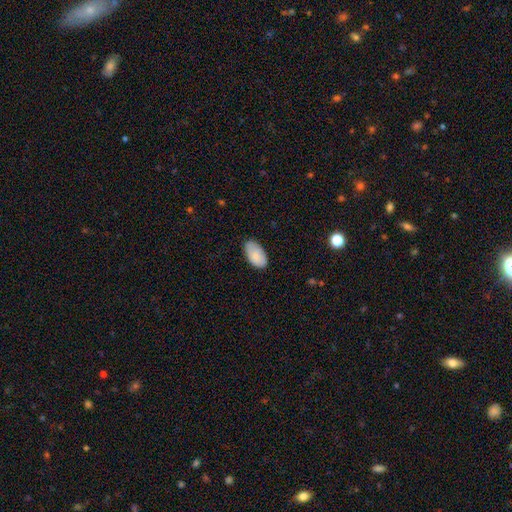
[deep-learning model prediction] Smooth or featured: smooth — 82% (featured or disk — 12%)
How rounded: in between — 95% (round — 3%)
Merging: none — 77% (minor disturbance — 19%)